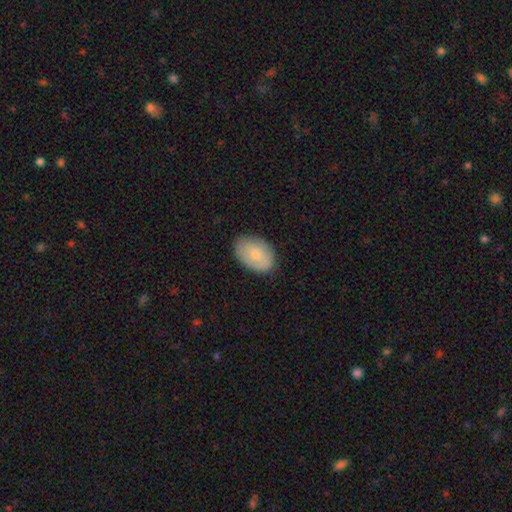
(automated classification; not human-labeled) Smooth or featured?
  - smooth: 76% *
  - featured or disk: 18%
  - star or artifact: 6%
How rounded?
  - in between: 87% *
  - round: 12%
  - cigar-shaped: 1%
Merging?
  - none: 82% *
  - minor disturbance: 14%
  - major disturbance: 3%
  - merger: 1%